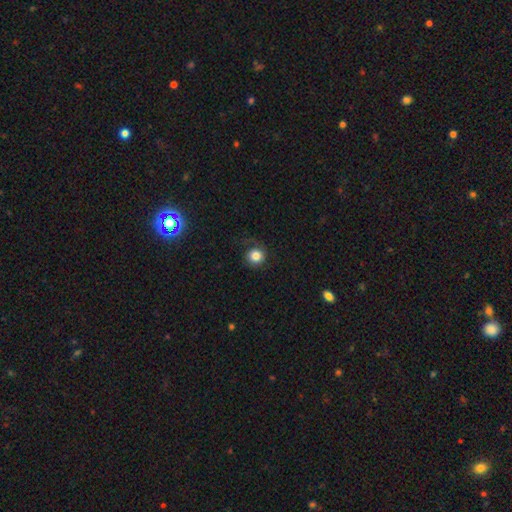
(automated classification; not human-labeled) smooth 80%, featured or disk 11%, star or artifact 10%. Down the decision tree: how rounded — round (91%); merging — none (69%).